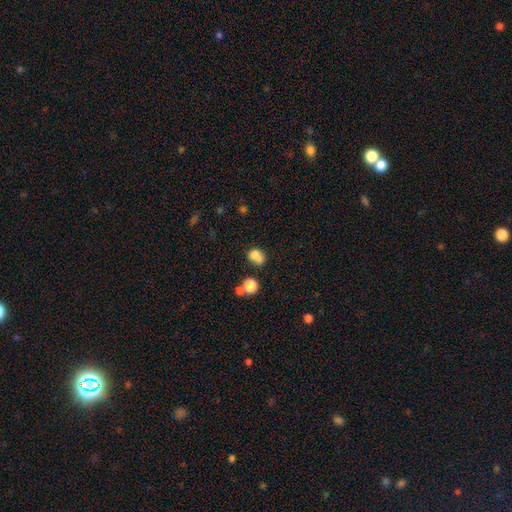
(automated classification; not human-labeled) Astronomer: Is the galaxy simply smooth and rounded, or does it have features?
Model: smooth — 77%.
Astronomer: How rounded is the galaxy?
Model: round — 52% (runner-up: in between, 47%).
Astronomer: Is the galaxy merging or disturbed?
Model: merger — 38% (runner-up: none, 37%).